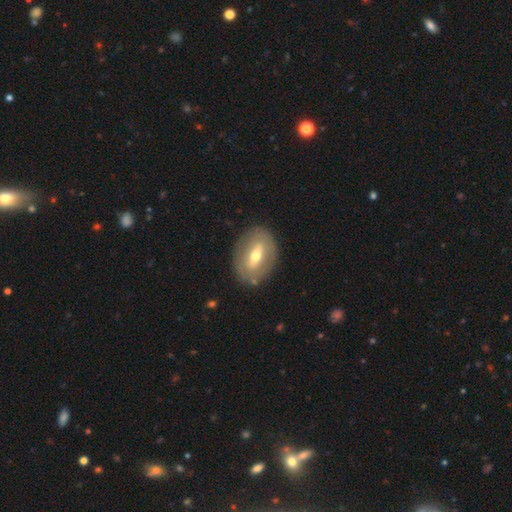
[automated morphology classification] This is possibly a featured or disk galaxy (52%). It is clearly not viewed edge-on (82%). Merging: clearly none (83%).